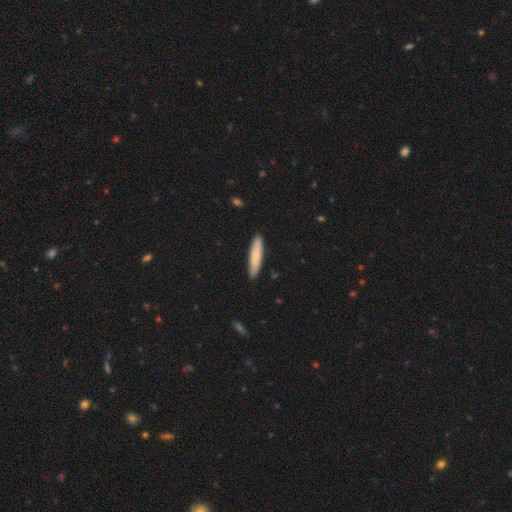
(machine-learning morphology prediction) Smooth or featured?
  - smooth: 78% *
  - featured or disk: 17%
  - star or artifact: 5%
How rounded?
  - cigar-shaped: 85% *
  - in between: 14%
  - round: 1%
Merging?
  - none: 89% *
  - minor disturbance: 9%
  - major disturbance: 1%
  - merger: 1%